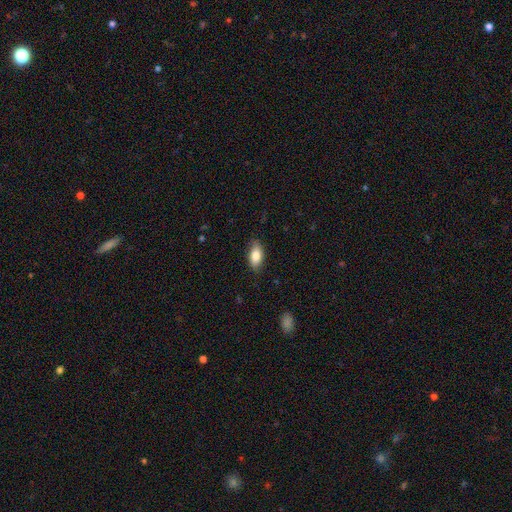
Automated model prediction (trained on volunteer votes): The model was most divided on "merging": none: 83%, minor disturbance: 14%, major disturbance: 3%, merger: 1%. More confident: how rounded — in between (89%); smooth or featured — smooth (83%).